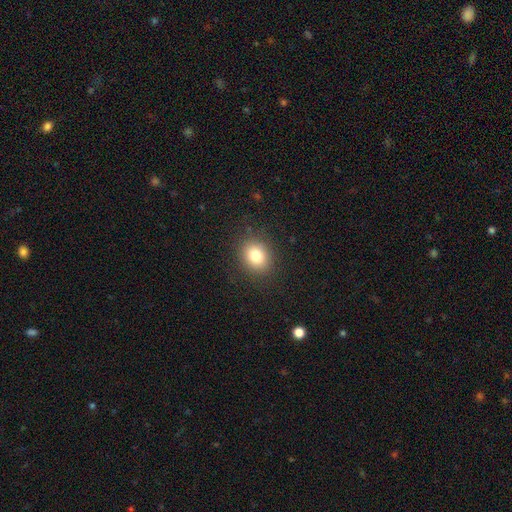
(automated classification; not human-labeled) A smooth galaxy with no disk features (80%) that is round (60%). Merging: none (87%).